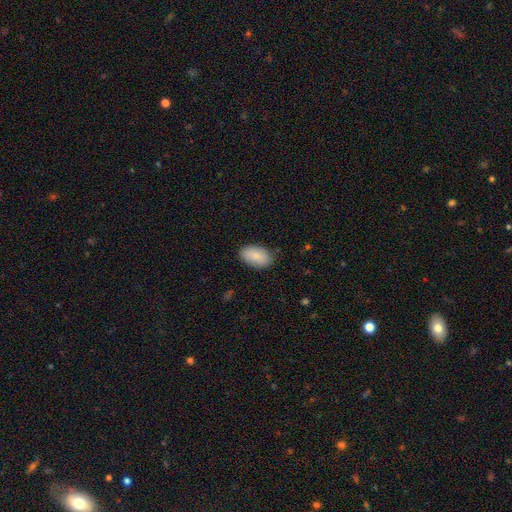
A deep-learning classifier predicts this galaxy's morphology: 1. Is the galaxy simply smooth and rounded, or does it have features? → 85% smooth, 9% featured or disk, 6% star or artifact.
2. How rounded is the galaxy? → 94% in between, 5% round, 2% cigar-shaped.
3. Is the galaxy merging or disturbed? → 81% none, 15% minor disturbance, 3% major disturbance, 1% merger.